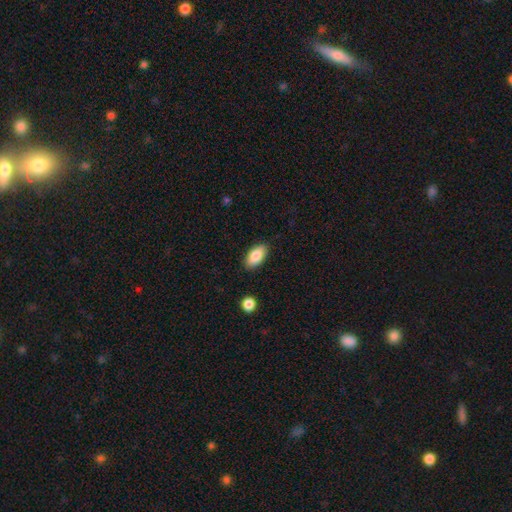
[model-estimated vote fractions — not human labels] Smooth or featured? smooth (86%)
How rounded? in between (92%)
Merging? none (86%)